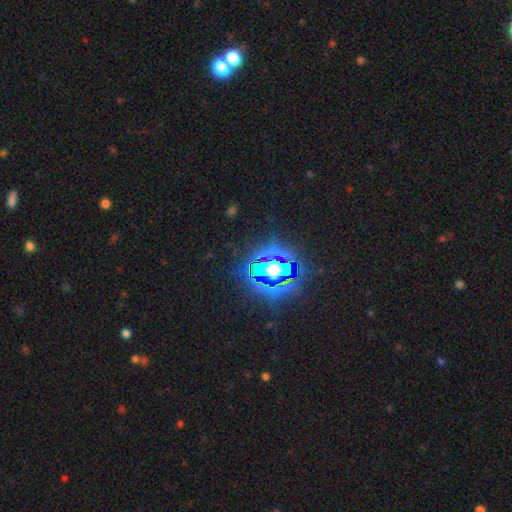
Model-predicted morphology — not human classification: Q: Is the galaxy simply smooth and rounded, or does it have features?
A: star or artifact — 81%.